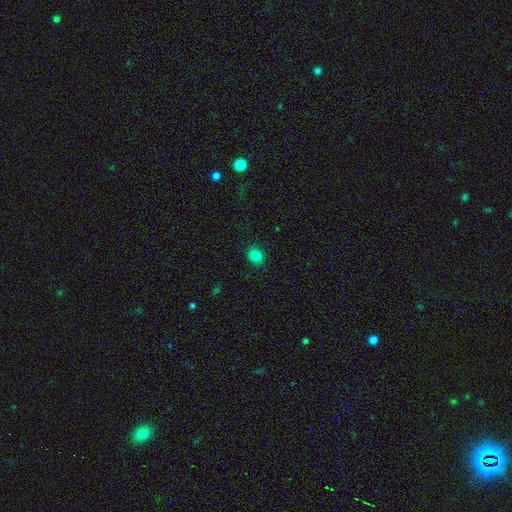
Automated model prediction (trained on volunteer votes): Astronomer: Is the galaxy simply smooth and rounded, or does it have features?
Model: smooth — 83%.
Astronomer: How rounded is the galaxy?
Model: round — 64%.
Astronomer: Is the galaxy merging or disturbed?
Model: none — 89%.